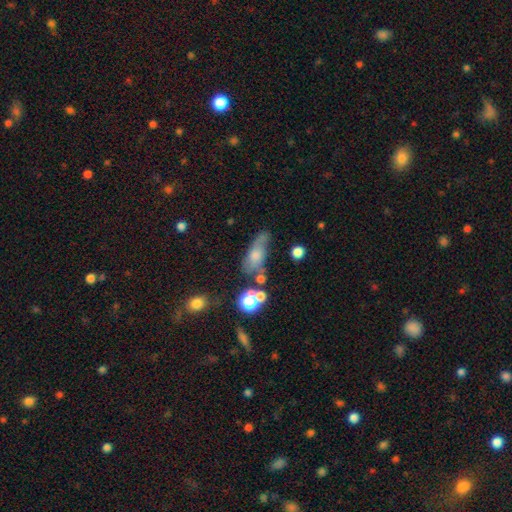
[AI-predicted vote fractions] Overall: smooth (59%; featured or disk 27%). How rounded: in between (71%). Merging: none (40%; minor disturbance 27%).